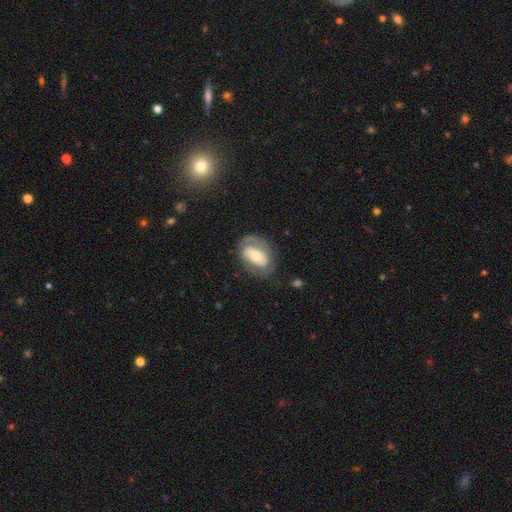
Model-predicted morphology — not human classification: The model was most divided on "spiral winding": tight: 47%, medium: 37%, loose: 16%. Remaining: edge-on disk — no (96%); spiral arms — yes (76%); smooth or featured — featured or disk (70%); merging — none (62%); spiral arm count — 2 (61%); bulge size — moderate (54%); bar — no (47%).